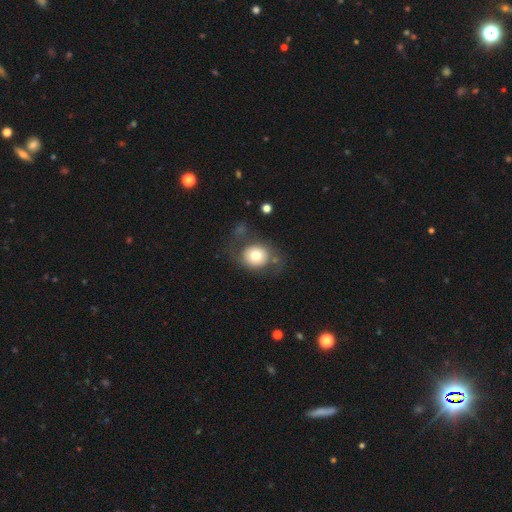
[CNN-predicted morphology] smooth-or-featured: smooth: 67% | featured or disk: 24% | star or artifact: 9%
  how-rounded: round: 75% | in between: 24% | cigar-shaped: 1%
  merging: none: 62% | minor disturbance: 18% | major disturbance: 17% | merger: 4%